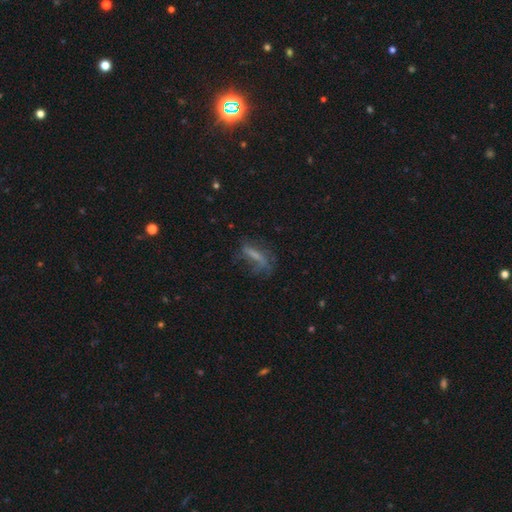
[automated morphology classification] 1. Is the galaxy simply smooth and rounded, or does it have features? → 44% featured or disk, 41% smooth, 15% star or artifact.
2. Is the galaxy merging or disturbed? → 45% none, 27% major disturbance, 25% minor disturbance, 3% merger.